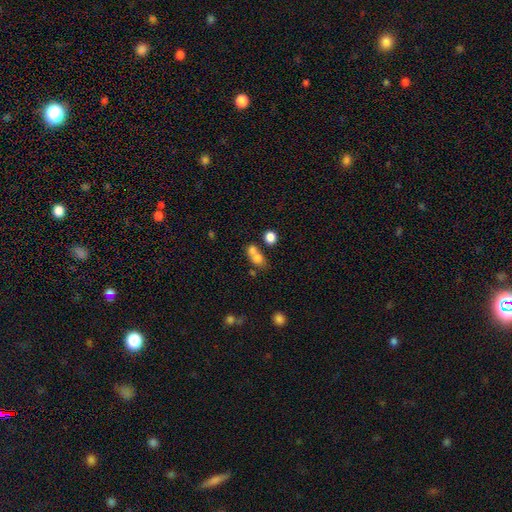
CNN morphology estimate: A smooth galaxy with no disk features (72%) that is round (65%). Merging: merger (56%).